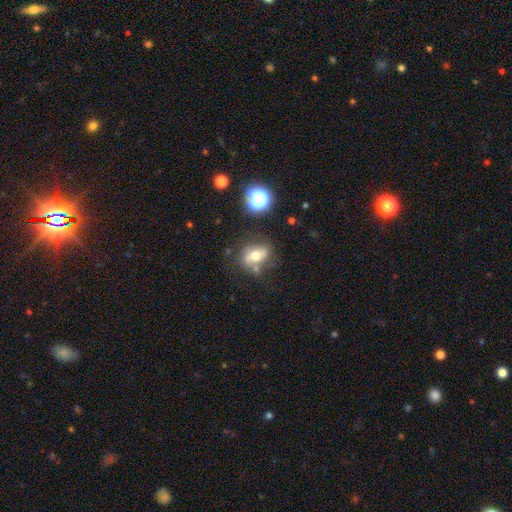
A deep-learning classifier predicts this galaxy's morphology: Smooth or featured: smooth — 51% (featured or disk — 36%)
How rounded: in between — 66% (round — 29%)
Merging: none — 60% (minor disturbance — 20%)